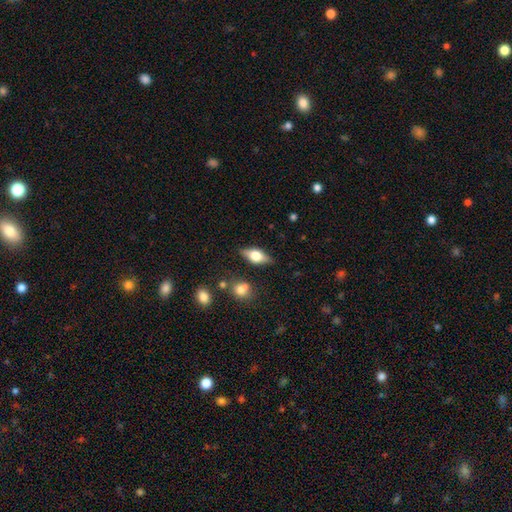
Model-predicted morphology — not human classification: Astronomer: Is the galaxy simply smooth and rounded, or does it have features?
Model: featured or disk — 50% (runner-up: smooth, 42%).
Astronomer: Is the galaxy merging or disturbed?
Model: none — 80%.